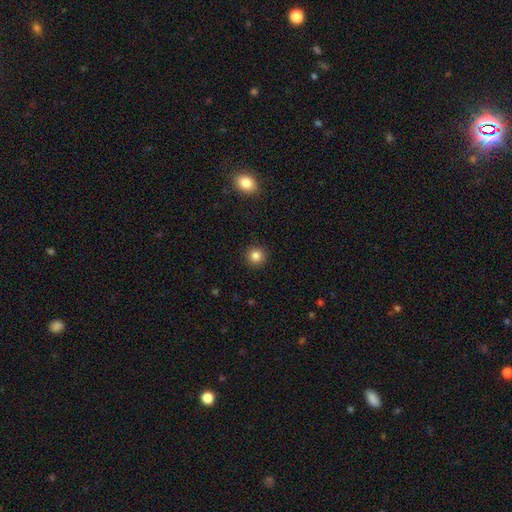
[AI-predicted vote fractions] smooth_or_featured: smooth (p=0.84) [alt: star or artifact p=0.11]
how_rounded: round (p=0.94) [alt: in between p=0.05]
merging: none (p=0.92) [alt: minor disturbance p=0.05]